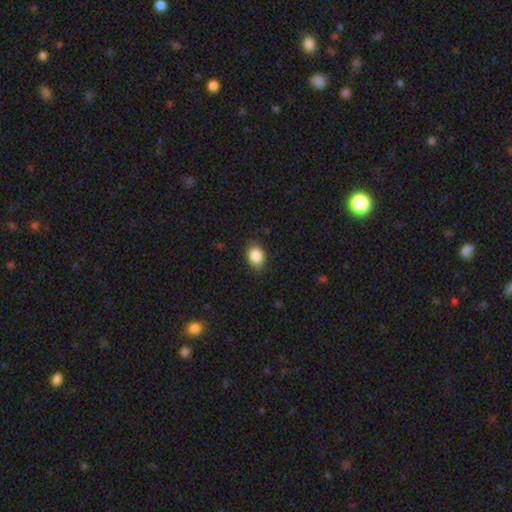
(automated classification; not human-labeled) Overall: smooth (86%). How rounded: in between (61%; round 38%). Merging: none (83%).